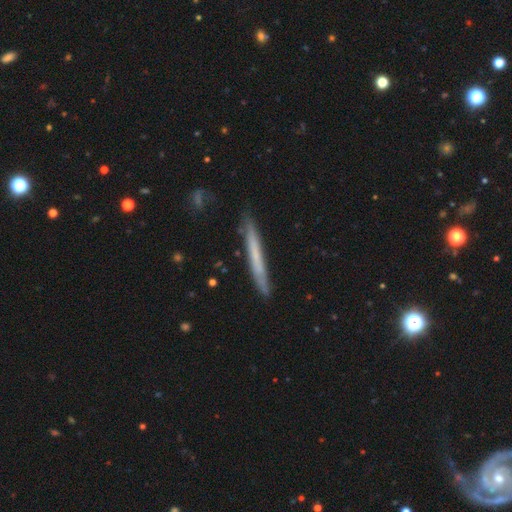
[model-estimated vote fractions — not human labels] Morphology: type=smooth (53%); roundness=cigar-shaped (97%); merging=none (85%).